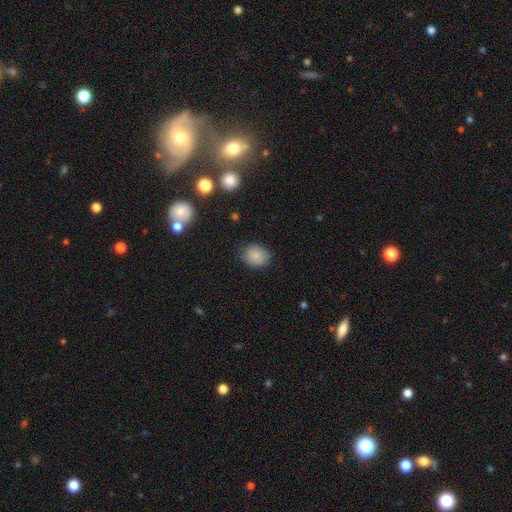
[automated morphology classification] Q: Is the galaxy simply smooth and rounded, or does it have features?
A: smooth — 86%.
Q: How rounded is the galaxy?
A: round — 66%.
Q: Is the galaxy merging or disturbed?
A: none — 83%.